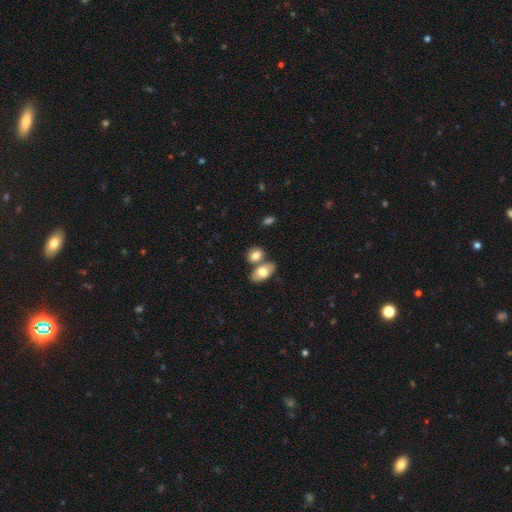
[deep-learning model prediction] Smooth or featured? Predicted: smooth (p=0.78). How rounded? Predicted: in between (p=0.78). Merging? Predicted: none (p=0.48).